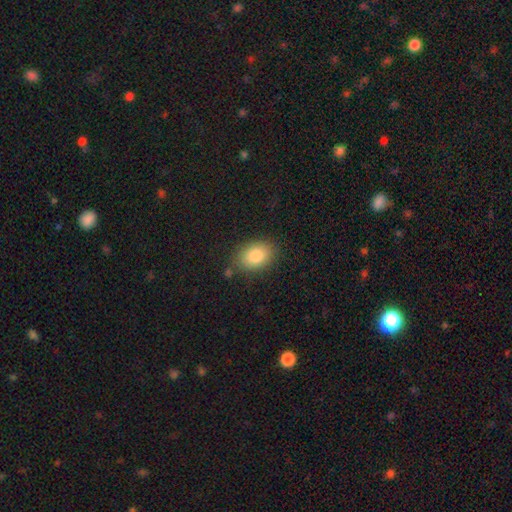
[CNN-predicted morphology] Smooth or featured? smooth (84%)
How rounded? in between (82%)
Merging? none (81%)